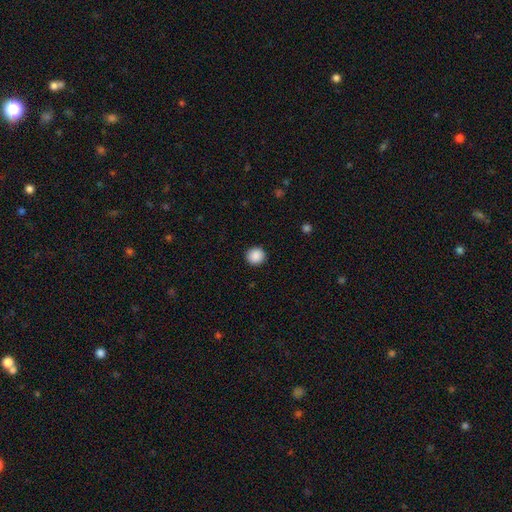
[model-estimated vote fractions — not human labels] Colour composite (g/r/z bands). It shows a smooth galaxy with no disk features (89%) that is round (92%). Merging: none (92%).